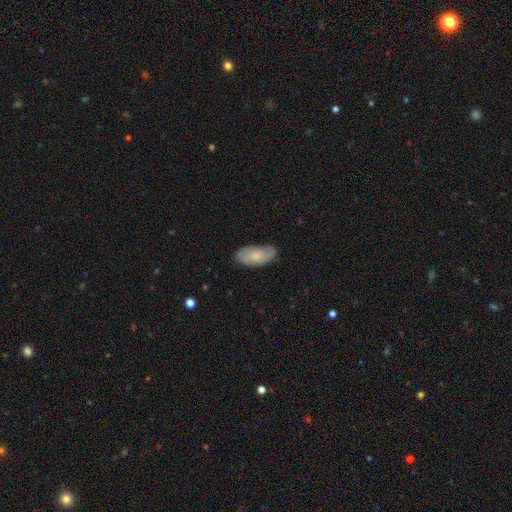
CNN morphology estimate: Smooth or featured? smooth (59%)
How rounded? in between (91%)
Merging? none (77%)